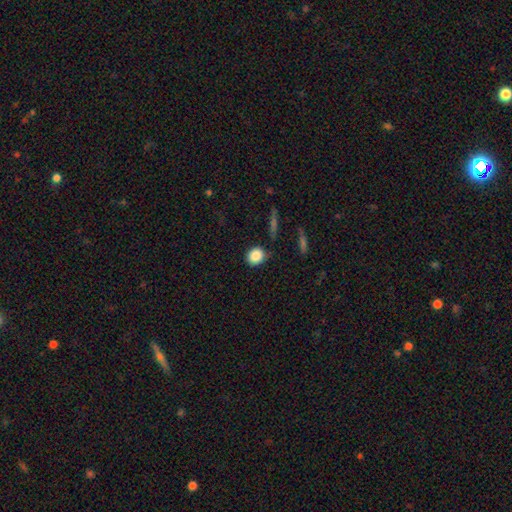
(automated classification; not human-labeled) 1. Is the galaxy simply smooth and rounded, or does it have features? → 86% smooth, 9% star or artifact, 5% featured or disk.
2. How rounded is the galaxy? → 70% round, 28% in between, 2% cigar-shaped.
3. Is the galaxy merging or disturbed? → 80% none, 13% minor disturbance, 3% merger, 3% major disturbance.